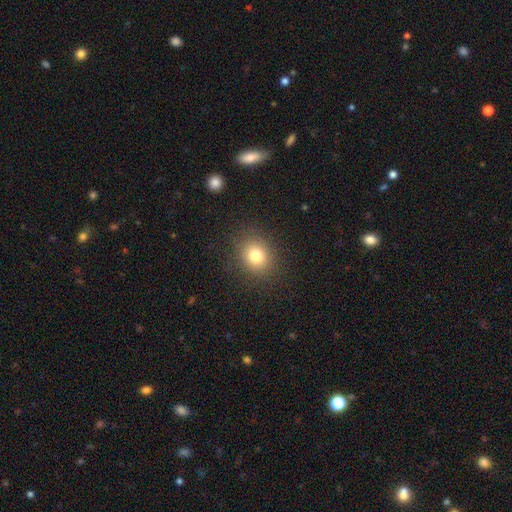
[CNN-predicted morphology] type=smooth (79%); roundness=round (64%); merging=none (86%).